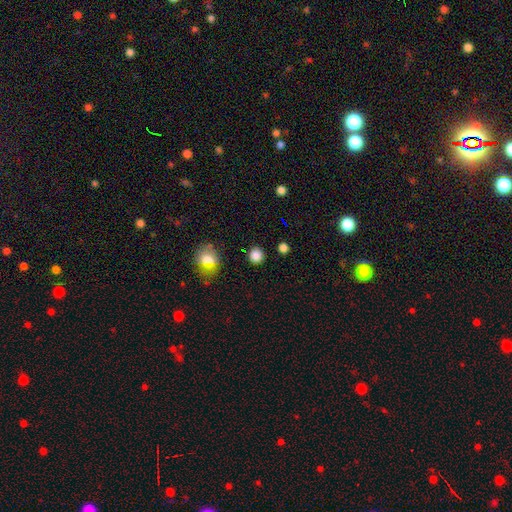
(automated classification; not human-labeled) This appears to be a smooth galaxy with no disk features (85%) that is round (91%). Merging: none (89%).